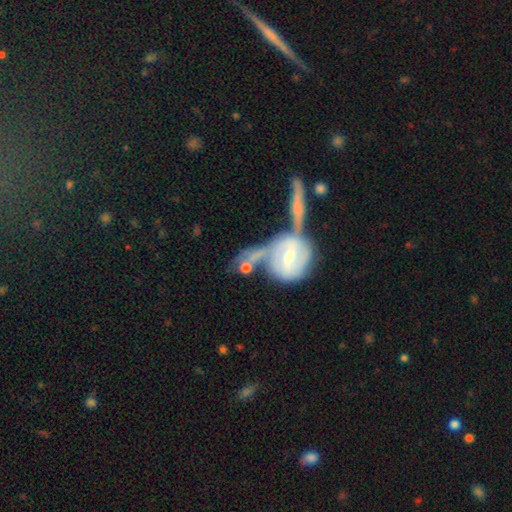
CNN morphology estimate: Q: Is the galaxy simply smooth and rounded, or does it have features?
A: featured or disk — 64%.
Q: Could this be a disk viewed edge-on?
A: no — 84%.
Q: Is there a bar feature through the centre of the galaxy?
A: weak — 44%.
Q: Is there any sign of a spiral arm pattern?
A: yes — 67%.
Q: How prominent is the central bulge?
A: moderate — 48%.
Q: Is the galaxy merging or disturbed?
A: merger — 47%.